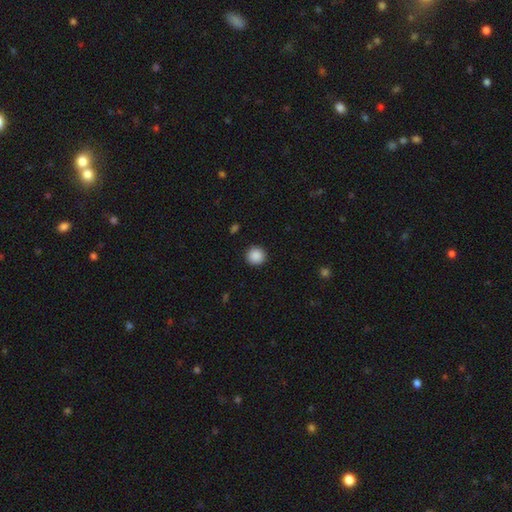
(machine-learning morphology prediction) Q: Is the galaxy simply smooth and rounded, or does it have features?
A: smooth — 89%.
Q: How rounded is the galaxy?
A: round — 95%.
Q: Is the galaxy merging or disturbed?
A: none — 92%.